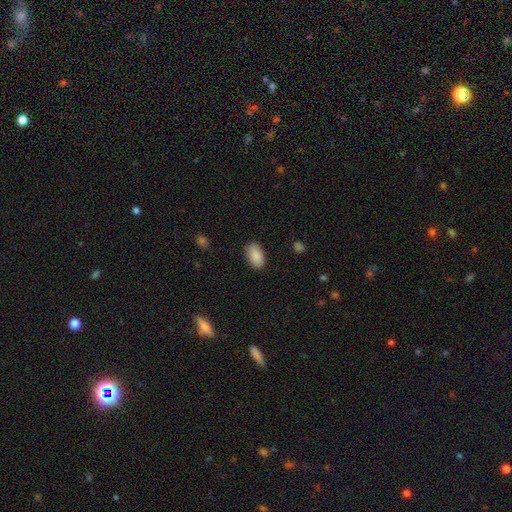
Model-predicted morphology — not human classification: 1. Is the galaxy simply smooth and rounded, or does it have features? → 89% smooth, 7% star or artifact, 5% featured or disk.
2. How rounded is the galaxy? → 94% in between, 4% round, 2% cigar-shaped.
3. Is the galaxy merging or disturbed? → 87% none, 9% minor disturbance, 2% major disturbance, 1% merger.